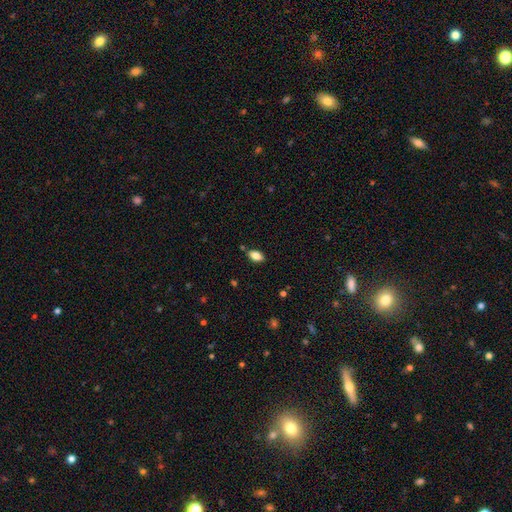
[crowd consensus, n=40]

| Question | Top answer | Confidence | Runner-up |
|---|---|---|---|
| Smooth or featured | smooth | 85% | star or artifact (10%) |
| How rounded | in between | 88% | round (6%) |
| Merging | none | 72% | minor disturbance (17%) |